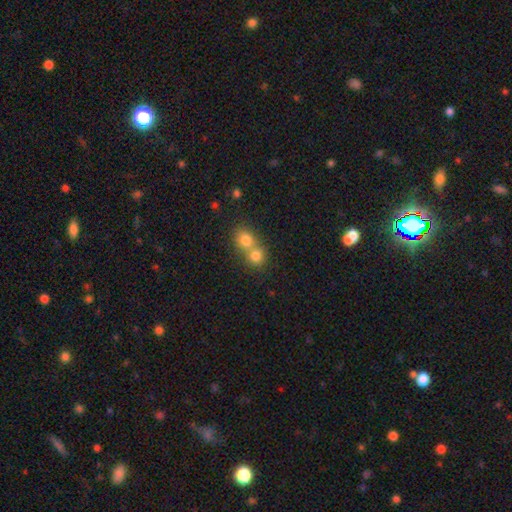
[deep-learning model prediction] Smooth or featured: smooth — 78% (star or artifact — 11%)
How rounded: round — 77% (in between — 22%)
Merging: merger — 61% (none — 32%)